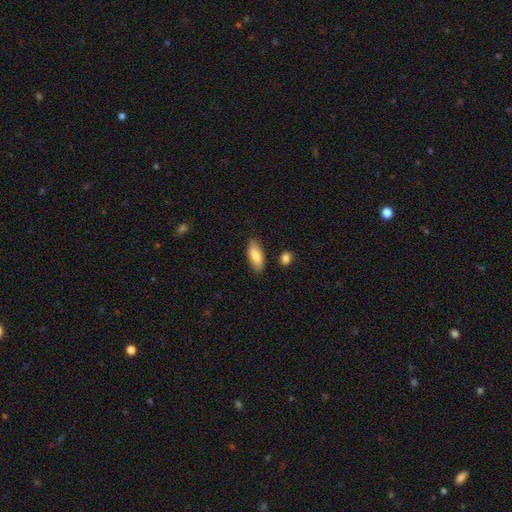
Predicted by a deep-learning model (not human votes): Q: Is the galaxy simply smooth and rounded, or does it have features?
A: smooth — 83%.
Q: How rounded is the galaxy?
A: in between — 84%.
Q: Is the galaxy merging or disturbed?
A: none — 84%.